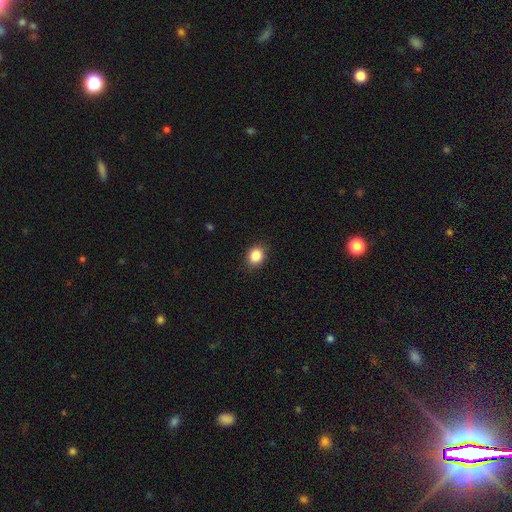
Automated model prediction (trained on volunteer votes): This is clearly a smooth galaxy (86%). How rounded: likely round (62%). Merging: clearly none (88%).